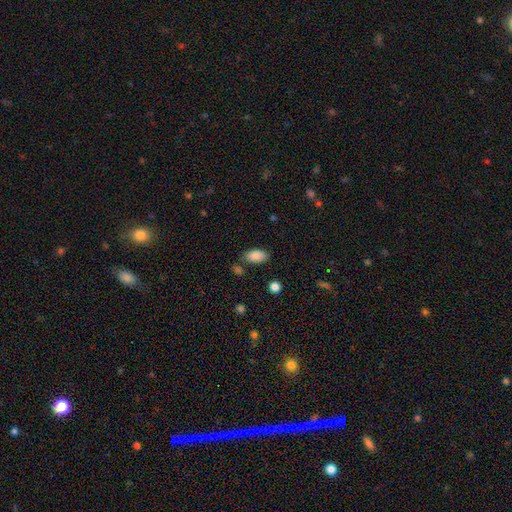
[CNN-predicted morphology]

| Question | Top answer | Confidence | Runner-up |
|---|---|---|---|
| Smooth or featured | smooth | 87% | star or artifact (8%) |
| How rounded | in between | 93% | round (4%) |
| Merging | none | 75% | minor disturbance (14%) |